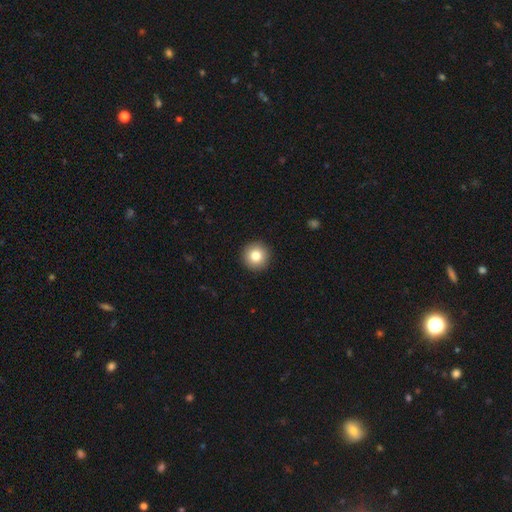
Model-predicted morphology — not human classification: This is clearly a smooth galaxy (82%). How rounded: clearly round (96%). Merging: clearly none (93%).